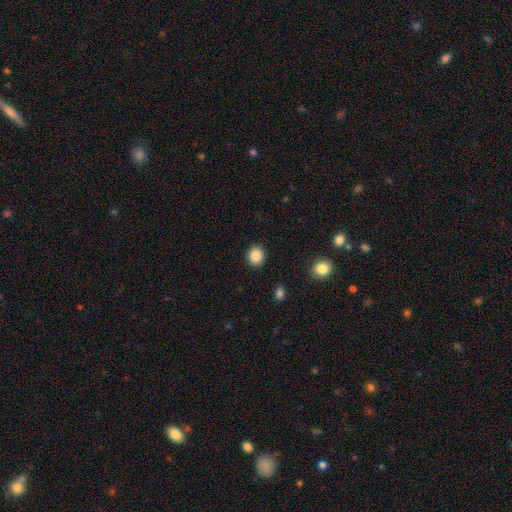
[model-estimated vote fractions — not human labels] smooth-or-featured: smooth: 88% | star or artifact: 9% | featured or disk: 4%
  how-rounded: round: 71% | in between: 28% | cigar-shaped: 1%
  merging: none: 90% | minor disturbance: 6% | major disturbance: 2% | merger: 1%